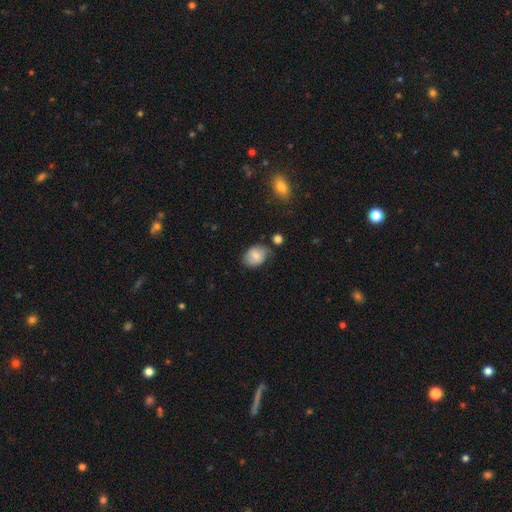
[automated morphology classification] type=smooth (74%); roundness=in between (68%); merging=none (62%).